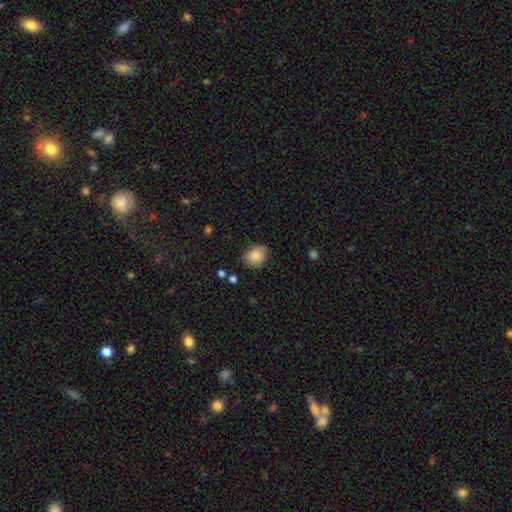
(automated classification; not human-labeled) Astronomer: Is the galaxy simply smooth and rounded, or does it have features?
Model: smooth — 85%.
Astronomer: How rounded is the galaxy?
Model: round — 58% (runner-up: in between, 41%).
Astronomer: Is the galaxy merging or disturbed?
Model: none — 76%.